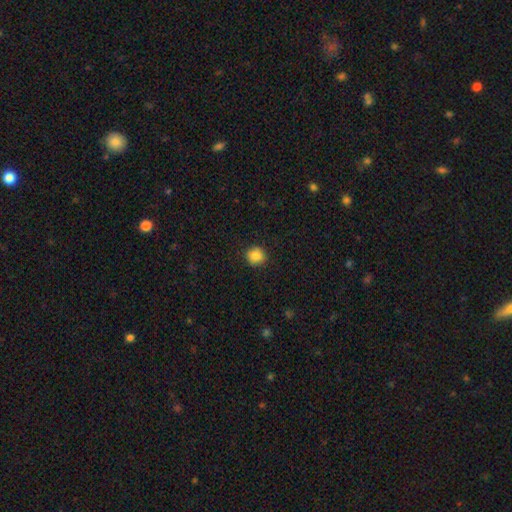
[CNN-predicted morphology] This appears to be a smooth galaxy with no disk features (86%) that is round (88%). Merging: none (91%).